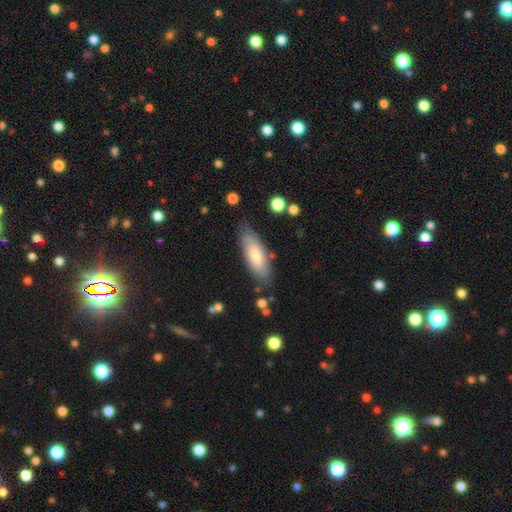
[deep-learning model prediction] Smooth or featured? Predicted: smooth (p=0.73). How rounded? Predicted: in between (p=0.68). Merging? Predicted: none (p=0.75).